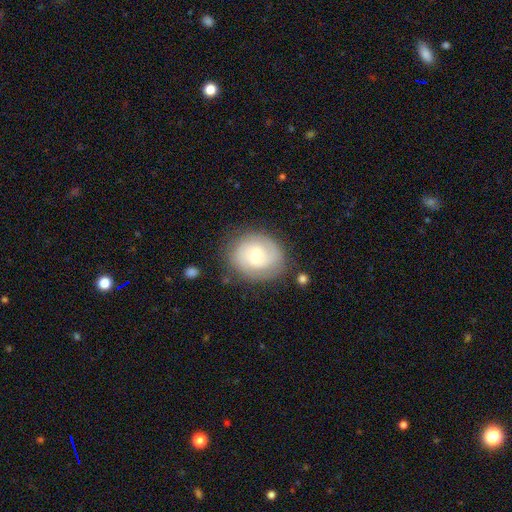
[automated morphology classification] A featured or disk galaxy (55%) with a weak bar (52%), spiral arms (79%) and a moderate central bulge (59%).

Vote fractions:
- Smooth or featured? featured or disk: 55% / smooth: 37% / star or artifact: 8%
- Edge-on disk? no: 97% / yes: 3%
- Bar? weak: 52% / no: 38% / strong: 10%
- Spiral arms? yes: 79% / no: 21%
- Bulge size? moderate: 59% / small: 35% / large: 4% / none: 1% / dominant: 1%
- Merging? none: 76% / minor disturbance: 16% / major disturbance: 6% / merger: 2%